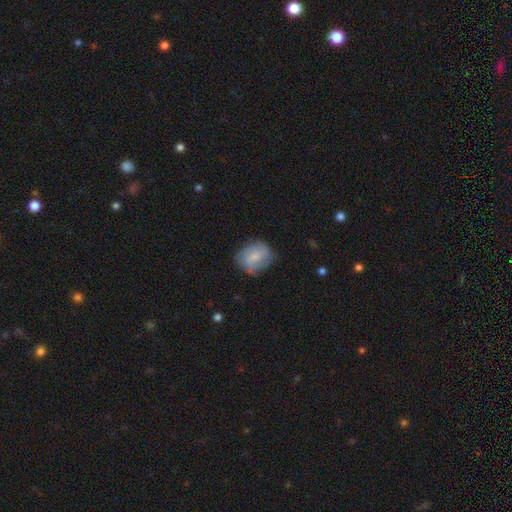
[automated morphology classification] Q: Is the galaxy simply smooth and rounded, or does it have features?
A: smooth — 61%.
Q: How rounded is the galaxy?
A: round — 61%.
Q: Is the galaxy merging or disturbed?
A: none — 69%.